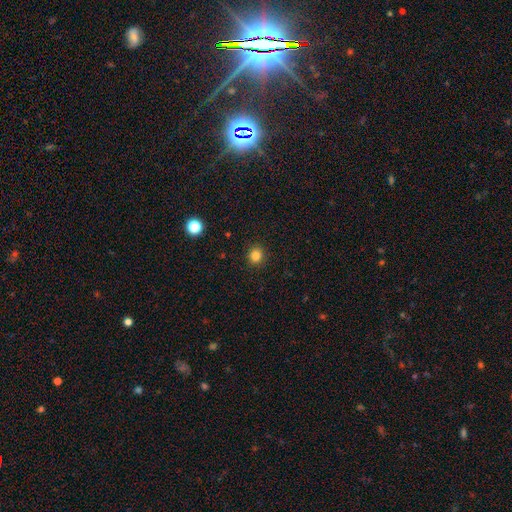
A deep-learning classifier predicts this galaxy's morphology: This is clearly a smooth galaxy (83%). How rounded: clearly round (88%). Merging: clearly none (92%).